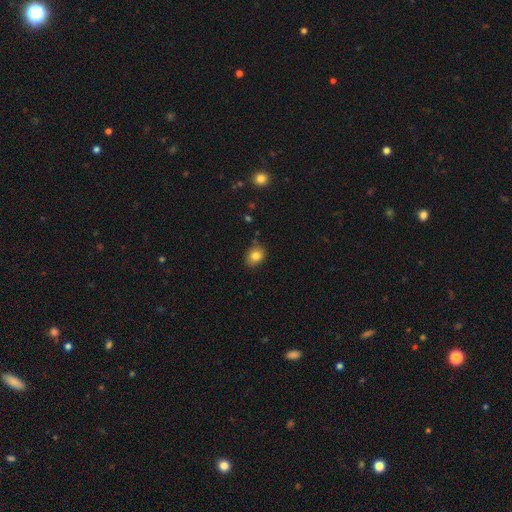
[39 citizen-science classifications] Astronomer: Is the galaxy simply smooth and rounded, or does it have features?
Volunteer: smooth — 79%.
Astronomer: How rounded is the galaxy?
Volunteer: round — 55% (runner-up: in between, 45%).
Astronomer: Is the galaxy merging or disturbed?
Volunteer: none — 86%.